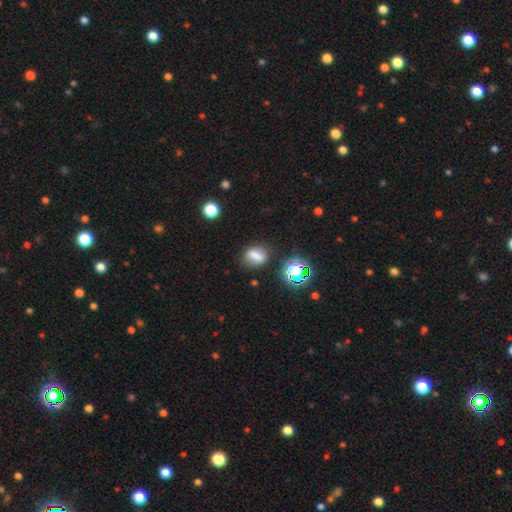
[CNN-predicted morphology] smooth-or-featured: smooth: 70% | star or artifact: 16% | featured or disk: 15%
  how-rounded: in between: 63% | round: 31% | cigar-shaped: 6%
  merging: none: 72% | minor disturbance: 17% | major disturbance: 6% | merger: 5%